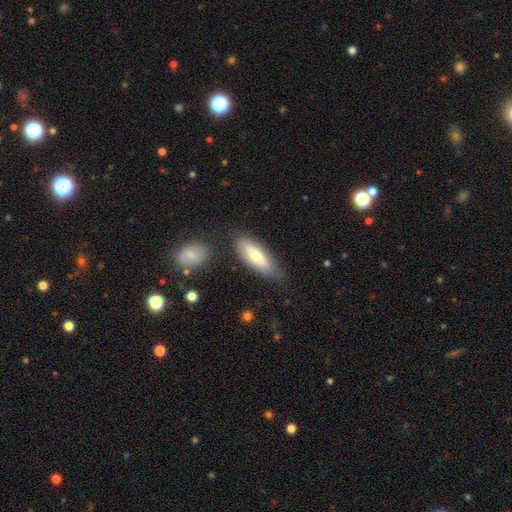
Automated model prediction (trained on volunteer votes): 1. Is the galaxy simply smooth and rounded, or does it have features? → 63% smooth, 31% featured or disk, 6% star or artifact.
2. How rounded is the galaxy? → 61% in between, 37% cigar-shaped, 2% round.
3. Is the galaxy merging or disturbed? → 75% none, 17% minor disturbance, 4% merger, 4% major disturbance.